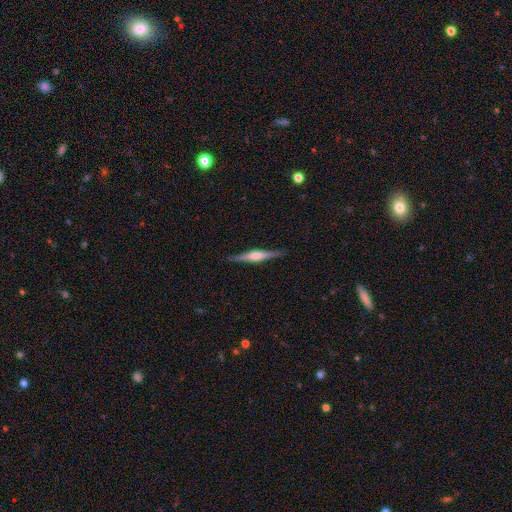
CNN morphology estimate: Smooth or featured?
  - featured or disk: 68% *
  - smooth: 26%
  - star or artifact: 6%
Edge-on disk?
  - yes: 98% *
  - no: 2%
Edge-on bulge?
  - rounded: 69% *
  - boxy: 22%
  - none: 9%
Merging?
  - none: 88% *
  - minor disturbance: 9%
  - major disturbance: 2%
  - merger: 1%